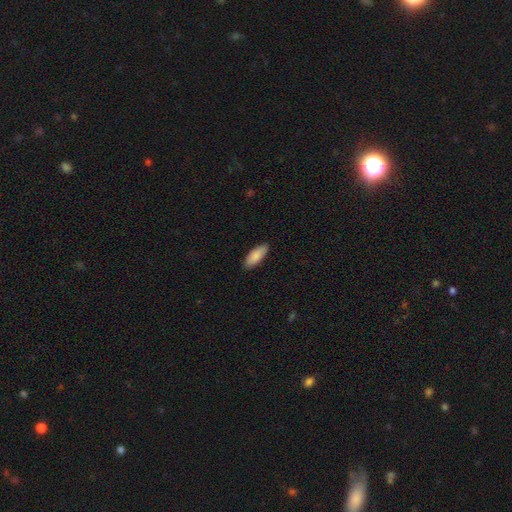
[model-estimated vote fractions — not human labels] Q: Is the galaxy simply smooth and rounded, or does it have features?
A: smooth — 88%.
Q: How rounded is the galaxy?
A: in between — 75%.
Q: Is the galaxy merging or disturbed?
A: none — 88%.